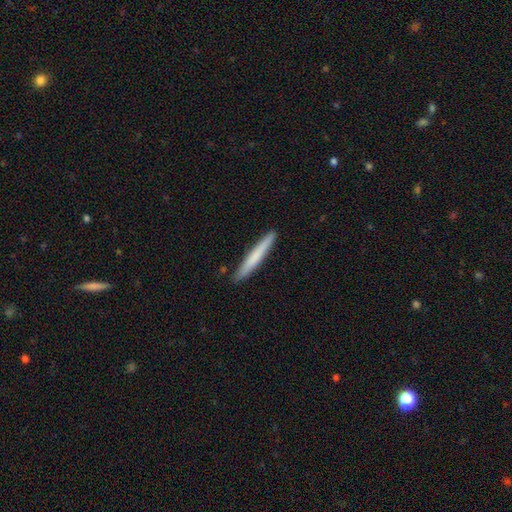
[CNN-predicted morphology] Overall: smooth (68%). How rounded: cigar-shaped (97%). Merging: none (90%).